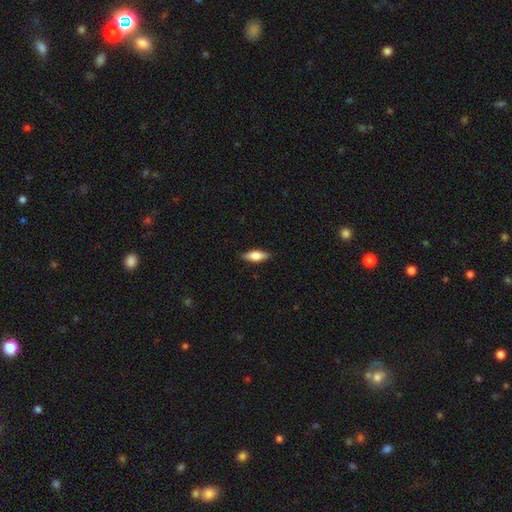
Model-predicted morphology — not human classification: Smooth or featured?
  - smooth: 72% *
  - featured or disk: 22%
  - star or artifact: 6%
How rounded?
  - in between: 65% *
  - cigar-shaped: 32%
  - round: 3%
Merging?
  - none: 88% *
  - minor disturbance: 9%
  - major disturbance: 2%
  - merger: 1%